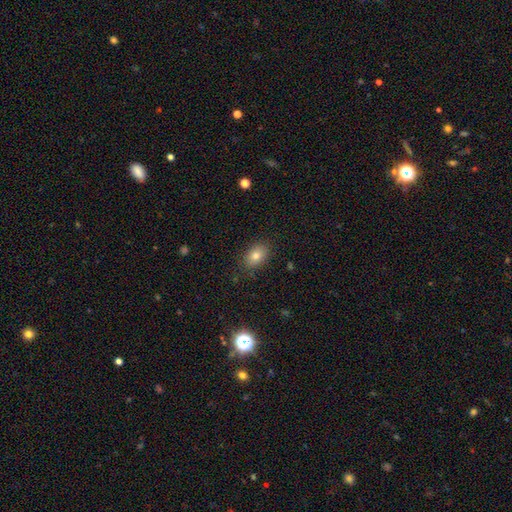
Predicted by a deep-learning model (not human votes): smooth 79%, star or artifact 12%, featured or disk 10%. Down the decision tree: how rounded — in between (77%); merging — none (86%).